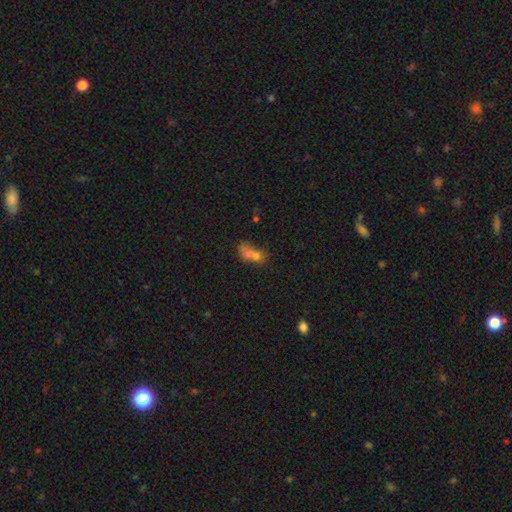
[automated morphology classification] smooth_or_featured: smooth (p=0.65) [alt: featured or disk p=0.19]
how_rounded: in between (p=0.70) [alt: round p=0.24]
merging: merger (p=0.57) [alt: none p=0.22]